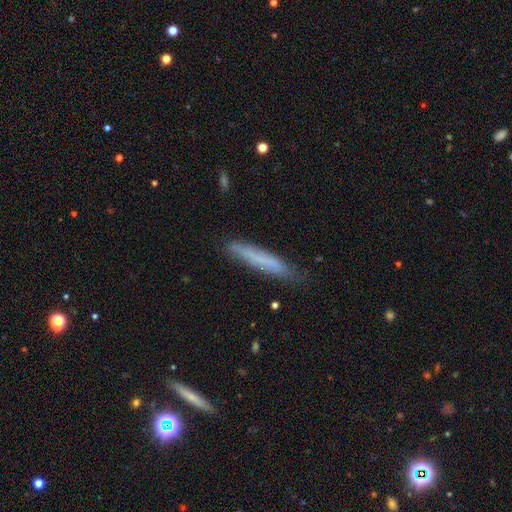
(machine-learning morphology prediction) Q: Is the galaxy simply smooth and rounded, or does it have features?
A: smooth — 67%.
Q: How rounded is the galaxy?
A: cigar-shaped — 93%.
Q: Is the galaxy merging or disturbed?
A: none — 83%.